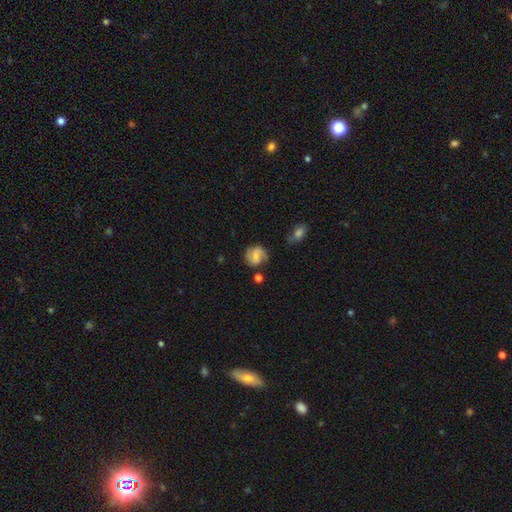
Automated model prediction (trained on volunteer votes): Smooth or featured: featured or disk — 68% (smooth — 24%)
Edge-on disk: no — 98% (yes — 2%)
Bar: weak — 45% (no — 43%)
Spiral arms: yes — 94% (no — 6%)
Spiral winding: medium — 47% (tight — 28%)
Spiral arm count: 2 — 81% (can't tell — 7%)
Bulge size: small — 48% (moderate — 27%)
Merging: none — 67% (minor disturbance — 20%)